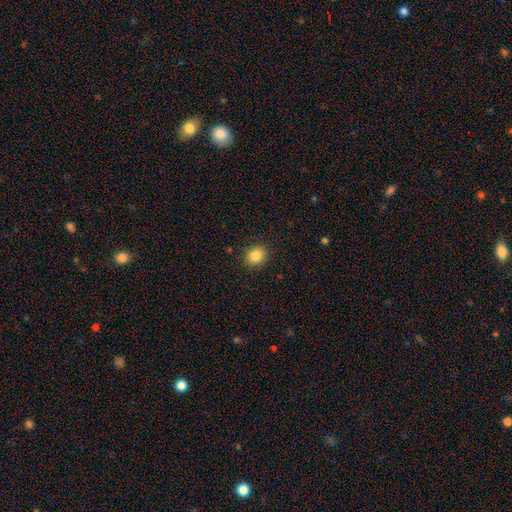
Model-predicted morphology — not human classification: This appears to be a smooth galaxy with no disk features (84%) that is round (72%). Merging: none (90%).